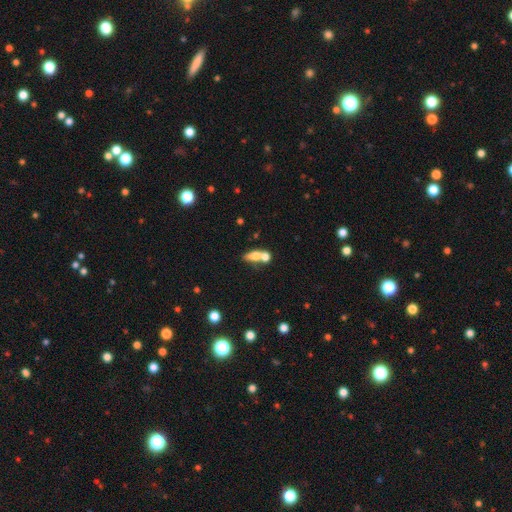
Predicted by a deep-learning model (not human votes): This is likely a smooth galaxy (69%). How rounded: likely in between (66%). Merging: possibly merger (56%).